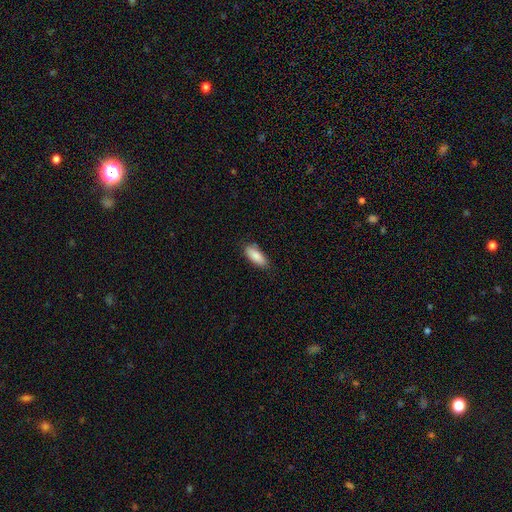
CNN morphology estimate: smooth_or_featured: smooth (p=0.87) [alt: featured or disk p=0.07]
how_rounded: in between (p=0.78) [alt: cigar-shaped p=0.20]
merging: none (p=0.83) [alt: minor disturbance p=0.14]